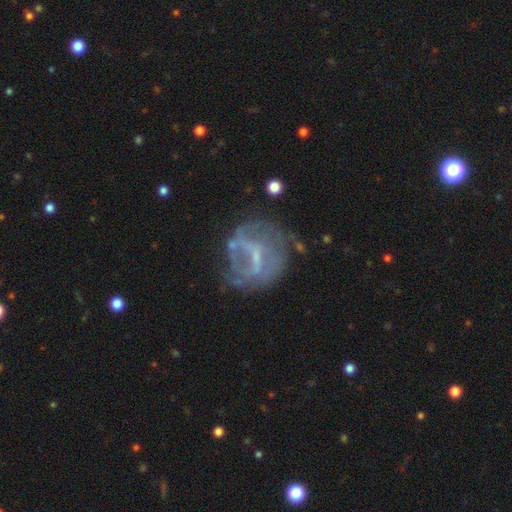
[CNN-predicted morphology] Overall: featured or disk (70%). Edge-on disk: no (95%). Bar: weak (46%; strong 32%). Spiral arms: yes (54%; no 46%). Bulge size: small (56%; none 25%). Merging: none (58%; minor disturbance 20%).